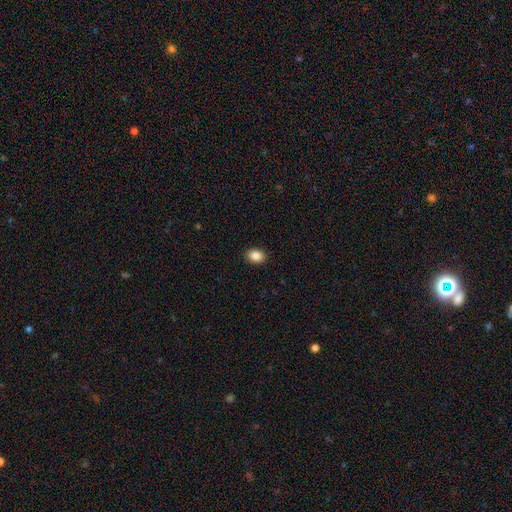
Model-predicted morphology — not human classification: A smooth galaxy with no disk features (88%) that is in between round and cigar-shaped (73%).

Vote fractions:
- Smooth or featured? smooth: 88% / star or artifact: 8% / featured or disk: 4%
- How rounded? in between: 73% / round: 26% / cigar-shaped: 1%
- Merging? none: 90% / minor disturbance: 7% / major disturbance: 2% / merger: 1%